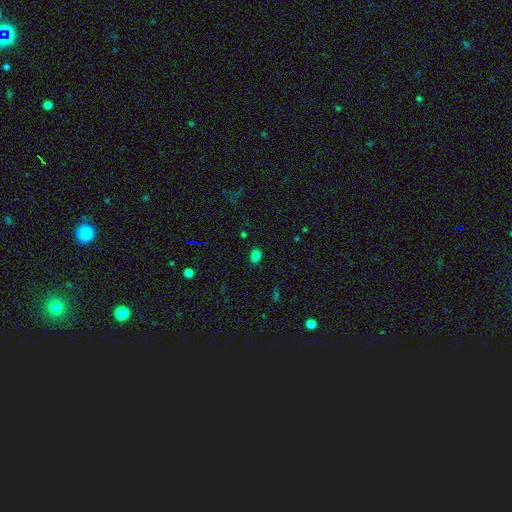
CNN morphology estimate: Smooth or featured? Predicted: smooth (p=0.79). How rounded? Predicted: in between (p=0.77). Merging? Predicted: none (p=0.86).